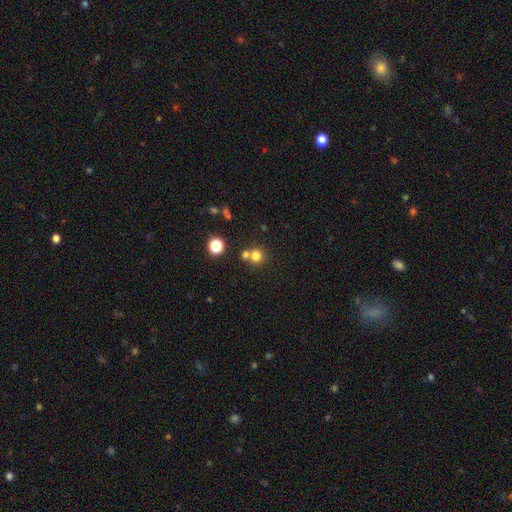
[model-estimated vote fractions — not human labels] Q: Smooth or featured?
A: smooth (75%); runner-up: star or artifact (16%)
Q: How rounded?
A: round (88%); runner-up: in between (11%)
Q: Merging?
A: none (58%); runner-up: merger (33%)